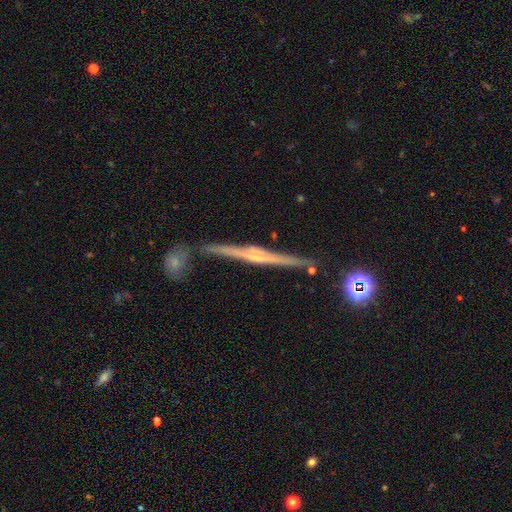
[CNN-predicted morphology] Smooth or featured?
  - featured or disk: 77% *
  - smooth: 15%
  - star or artifact: 8%
Edge-on disk?
  - yes: 97% *
  - no: 3%
Edge-on bulge?
  - rounded: 47% *
  - none: 30%
  - boxy: 23%
Merging?
  - none: 82% *
  - minor disturbance: 11%
  - merger: 5%
  - major disturbance: 3%